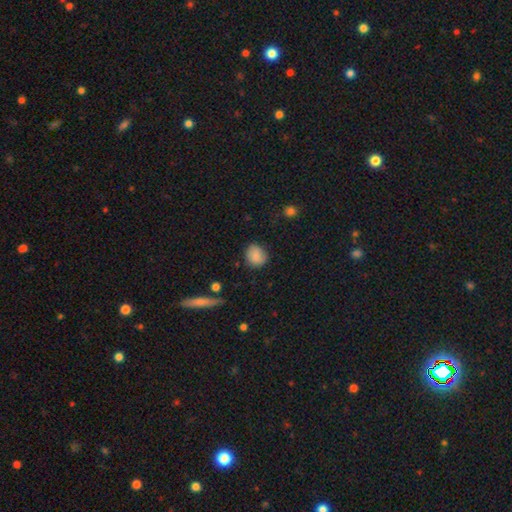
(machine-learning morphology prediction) smooth-or-featured: smooth: 85% | star or artifact: 8% | featured or disk: 7%
  how-rounded: round: 74% | in between: 24% | cigar-shaped: 1%
  merging: none: 81% | minor disturbance: 14% | major disturbance: 3% | merger: 2%